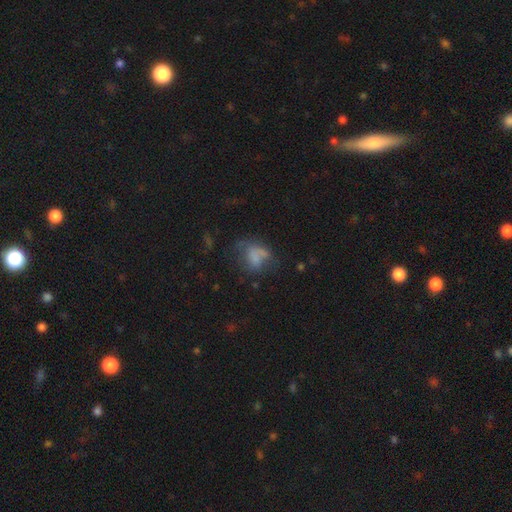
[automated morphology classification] A smooth galaxy with no disk features (54%) that is in between round and cigar-shaped (65%). Merging: major disturbance (39%).